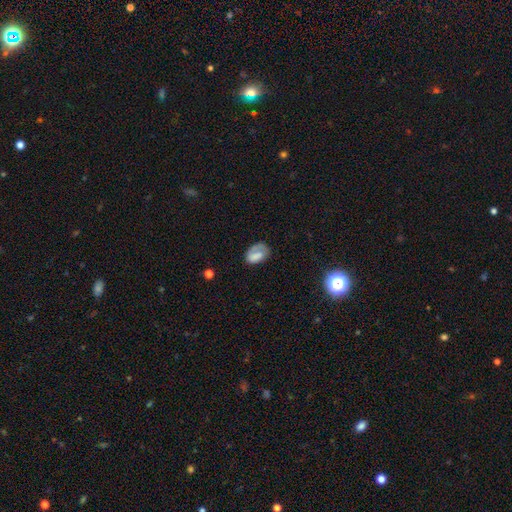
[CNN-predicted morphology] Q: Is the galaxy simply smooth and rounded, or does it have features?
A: smooth — 68%.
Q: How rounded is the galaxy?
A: in between — 83%.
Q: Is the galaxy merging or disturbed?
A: none — 49%.